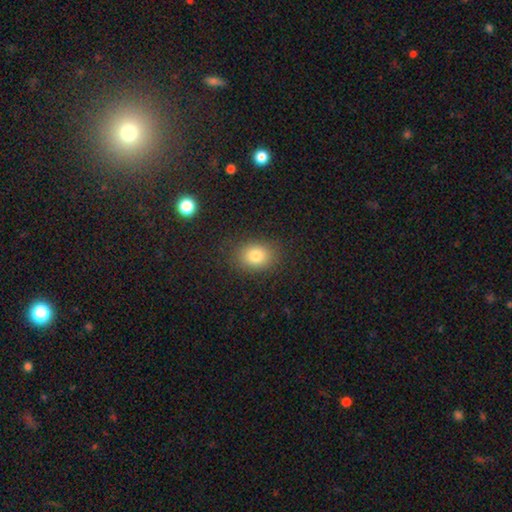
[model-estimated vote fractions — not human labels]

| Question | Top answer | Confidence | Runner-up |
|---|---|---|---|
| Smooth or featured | smooth | 81% | star or artifact (11%) |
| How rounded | in between | 53% | round (46%) |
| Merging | none | 86% | minor disturbance (9%) |